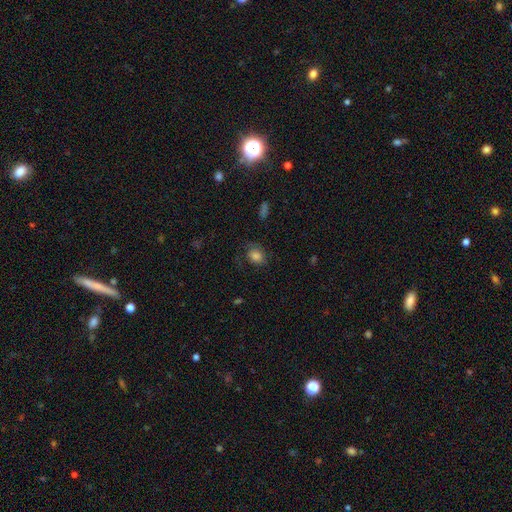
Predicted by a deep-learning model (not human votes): A smooth galaxy with no disk features (79%) that is in between round and cigar-shaped (53%).

Vote fractions:
- Smooth or featured? smooth: 79% / star or artifact: 11% / featured or disk: 11%
- How rounded? in between: 53% / round: 46% / cigar-shaped: 1%
- Merging? none: 63% / minor disturbance: 22% / major disturbance: 13% / merger: 2%